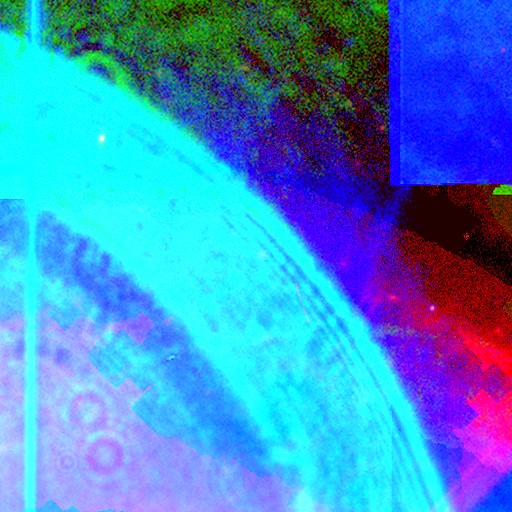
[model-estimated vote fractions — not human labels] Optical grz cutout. It shows a star or artifact, not a galaxy (80%).